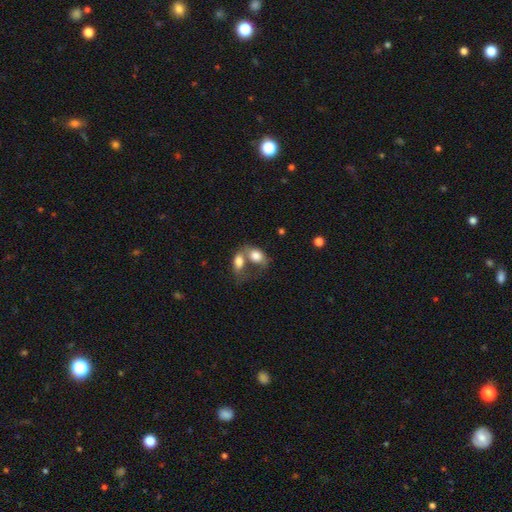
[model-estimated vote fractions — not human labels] Smooth or featured? smooth (76%)
How rounded? in between (79%)
Merging? merger (67%)